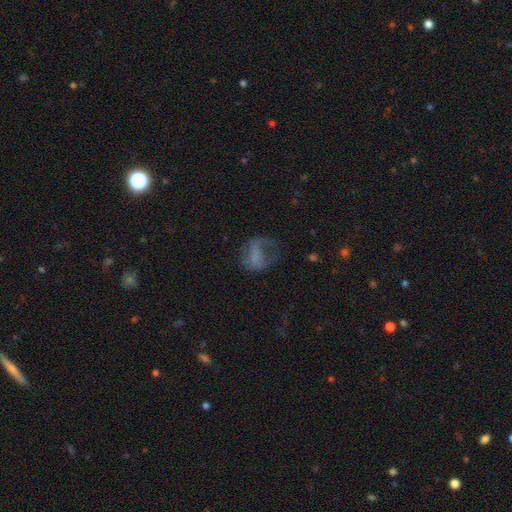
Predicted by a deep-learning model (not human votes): smooth-or-featured: smooth: 48% | featured or disk: 36% | star or artifact: 16%
  merging: major disturbance: 45% | none: 32% | minor disturbance: 21% | merger: 3%